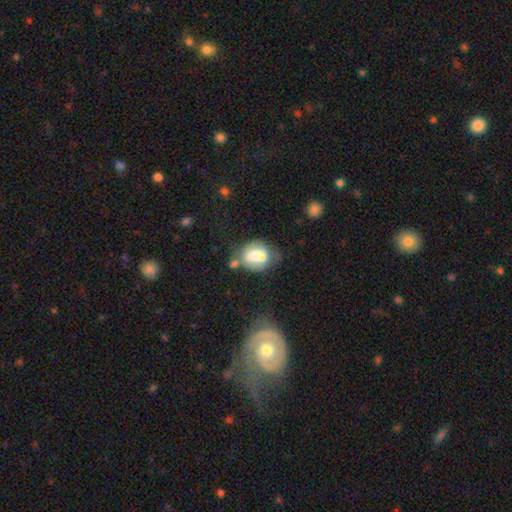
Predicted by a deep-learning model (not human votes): This appears to be a smooth galaxy with no disk features (62%) that is round (52%). Merging: none (41%).